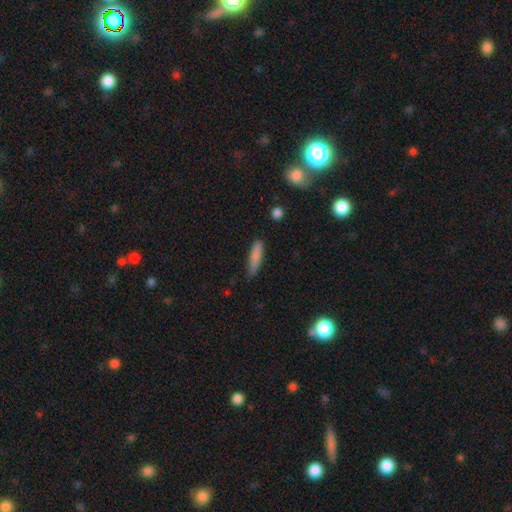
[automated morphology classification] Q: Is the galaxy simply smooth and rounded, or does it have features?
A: smooth — 82%.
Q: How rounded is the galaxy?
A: cigar-shaped — 78%.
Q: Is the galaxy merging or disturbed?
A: none — 73%.